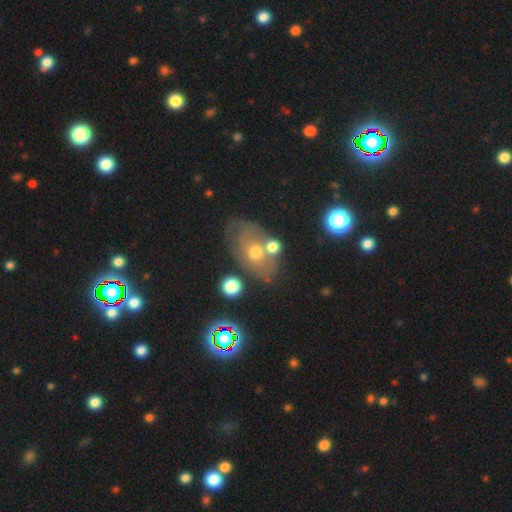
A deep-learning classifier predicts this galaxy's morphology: Overall: featured or disk (45%; smooth 40%). Merging: none (54%; minor disturbance 19%).